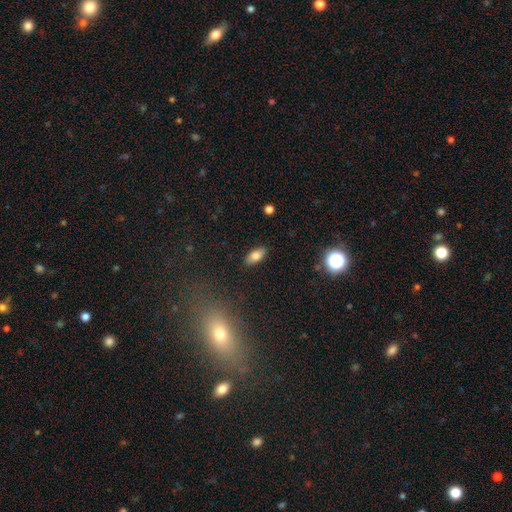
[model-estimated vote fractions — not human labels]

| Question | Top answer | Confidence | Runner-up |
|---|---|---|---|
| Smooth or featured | smooth | 82% | featured or disk (10%) |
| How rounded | in between | 89% | cigar-shaped (7%) |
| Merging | none | 88% | minor disturbance (9%) |